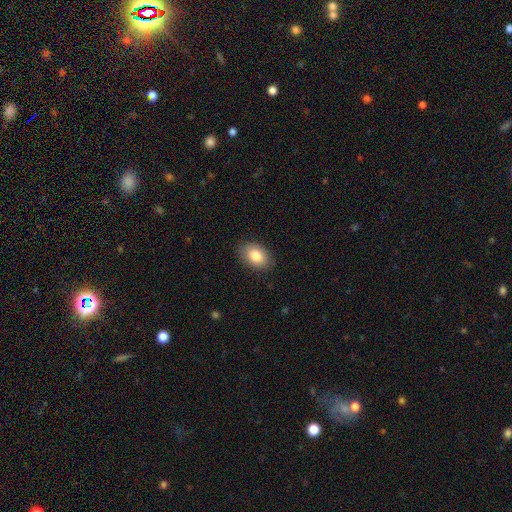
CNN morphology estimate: Overall: smooth (85%). How rounded: in between (85%). Merging: none (87%).